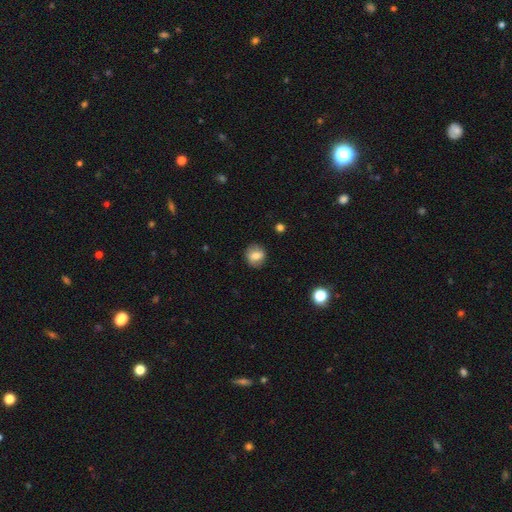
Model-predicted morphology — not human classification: type=smooth (67%); roundness=round (81%); merging=none (85%).